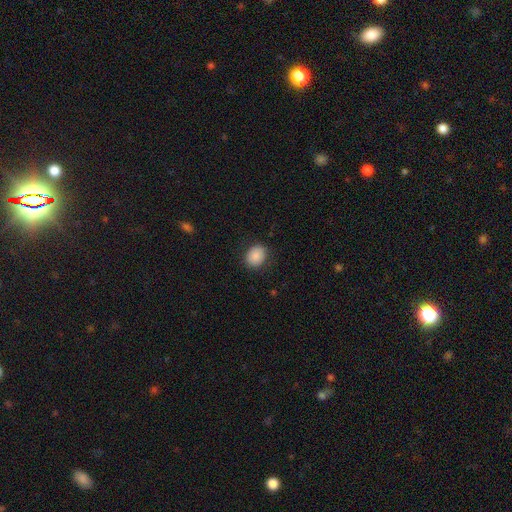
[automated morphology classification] A smooth galaxy with no disk features (87%) that is round (52%). Merging: none (85%).